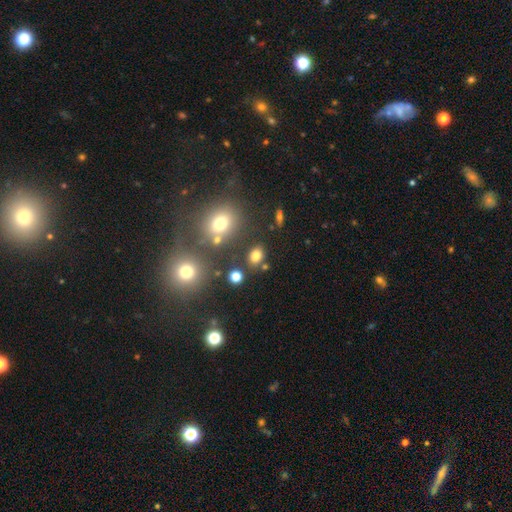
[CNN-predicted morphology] Smooth or featured? Predicted: smooth (p=0.77). How rounded? Predicted: in between (p=0.60). Merging? Predicted: none (p=0.77).